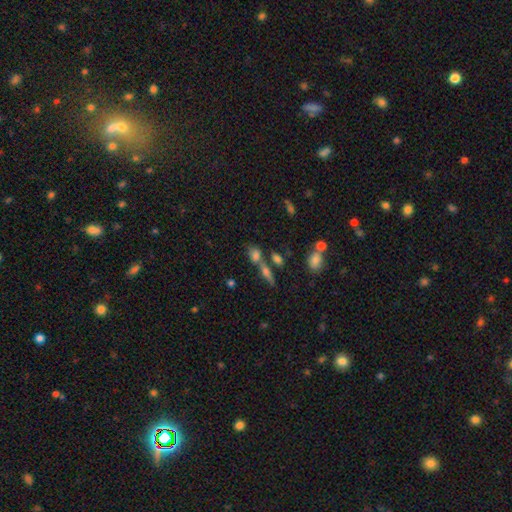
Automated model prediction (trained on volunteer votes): smooth 65%, featured or disk 20%, star or artifact 14%. Down the decision tree: how rounded — in between (55%); merging — none (48%).